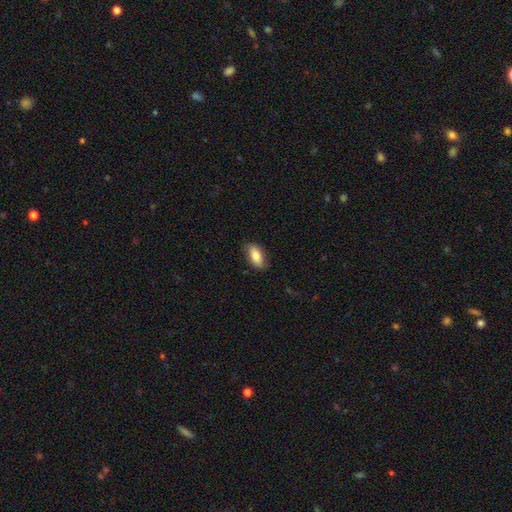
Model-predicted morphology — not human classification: Overall: smooth (82%). How rounded: in between (90%). Merging: none (81%).